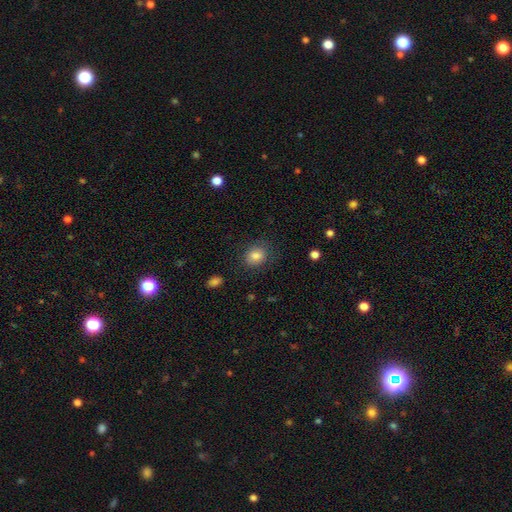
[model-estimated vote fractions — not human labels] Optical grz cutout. It shows a smooth galaxy with no disk features (82%) that is round (57%). Merging: none (81%).